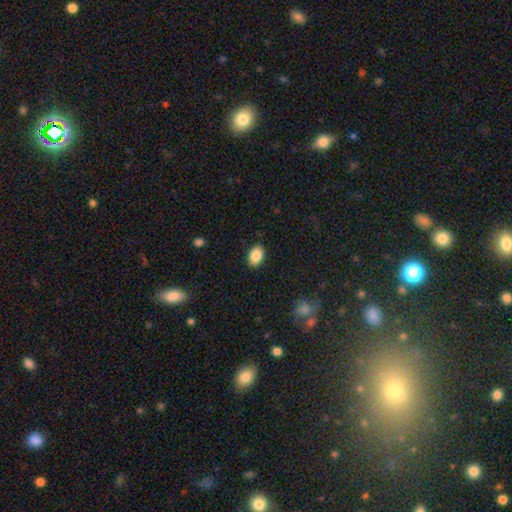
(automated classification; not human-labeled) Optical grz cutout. It shows a smooth galaxy with no disk features (87%) that is in between round and cigar-shaped (87%). Merging: none (88%).